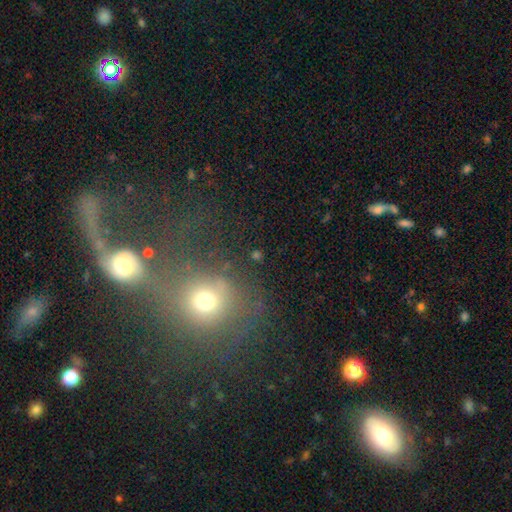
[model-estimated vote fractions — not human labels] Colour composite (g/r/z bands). It shows a smooth galaxy with no disk features (52%) that is round (72%). Merging: none (64%).